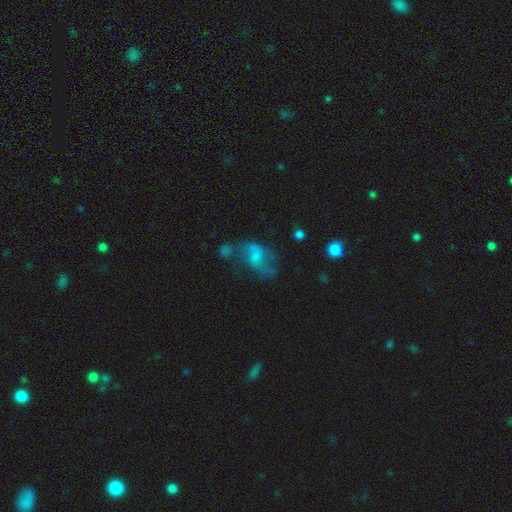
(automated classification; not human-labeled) smooth-or-featured: featured or disk: 57% | smooth: 31% | star or artifact: 12%
  disk-edge-on: no: 96% | yes: 4%
    bar: no: 50% | weak: 40% | strong: 9%
    has-spiral-arms: yes: 74% | no: 26%
    bulge-size: small: 39% | moderate: 27% | none: 27% | large: 6% | dominant: 2%
  merging: none: 38% | major disturbance: 24% | minor disturbance: 21% | merger: 16%